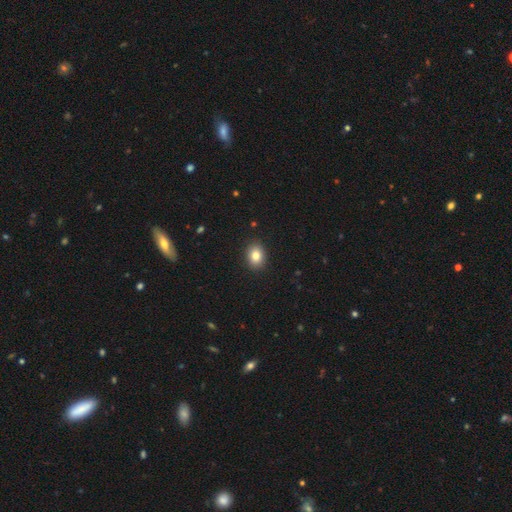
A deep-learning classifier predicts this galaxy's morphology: Q: Smooth or featured?
A: smooth (82%); runner-up: star or artifact (10%)
Q: How rounded?
A: in between (65%); runner-up: round (34%)
Q: Merging?
A: none (90%); runner-up: minor disturbance (7%)